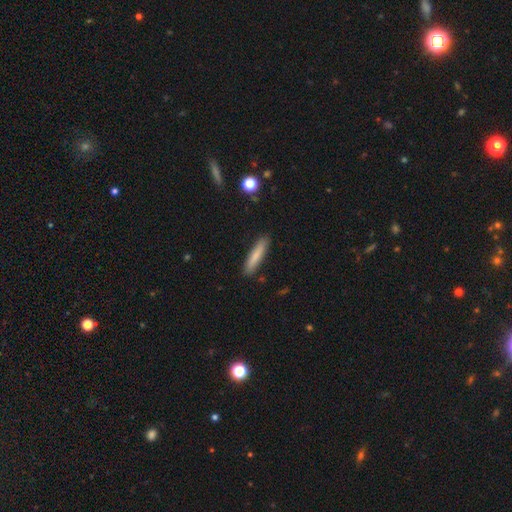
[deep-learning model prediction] Smooth or featured: smooth — 79% (featured or disk — 14%)
How rounded: cigar-shaped — 88% (in between — 11%)
Merging: none — 88% (minor disturbance — 9%)